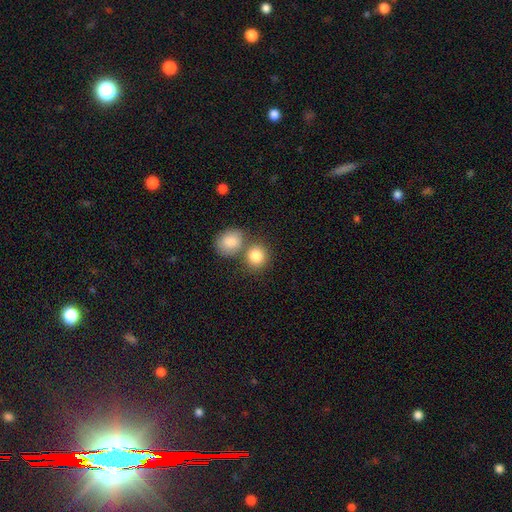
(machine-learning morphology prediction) This appears to be a smooth galaxy with no disk features (84%) that is round (81%). Merging: none (55%).